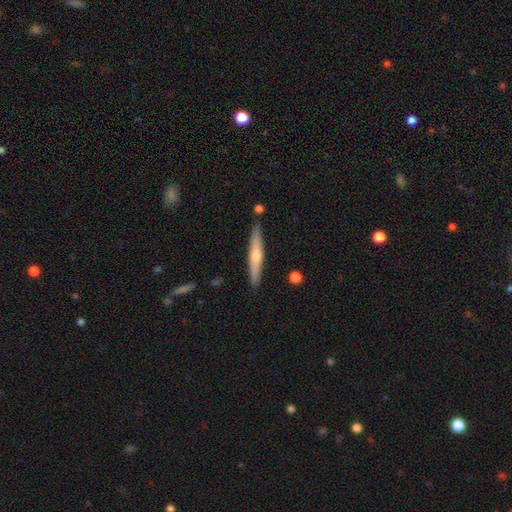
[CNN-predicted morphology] type=featured or disk (57%); edge-on=yes (96%); edge-on bulge=rounded (78%); merging=none (88%).